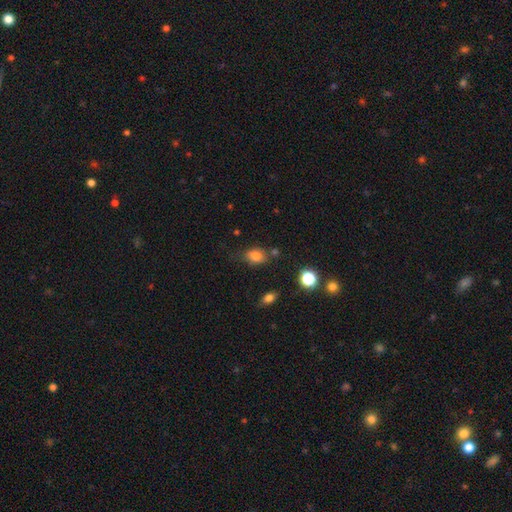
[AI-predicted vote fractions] The model was most divided on "how rounded": in between: 67%, round: 32%, cigar-shaped: 2%. More confident: smooth or featured — smooth (79%); merging — none (66%).